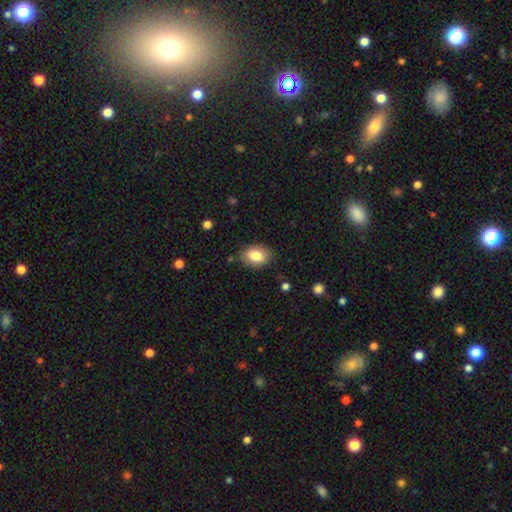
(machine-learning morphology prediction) This appears to be a smooth galaxy with no disk features (82%) that is in between round and cigar-shaped (77%). Merging: none (84%).